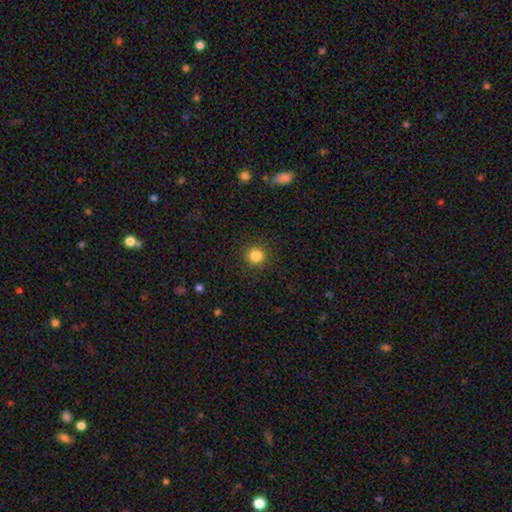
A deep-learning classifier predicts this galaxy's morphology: Smooth or featured? Predicted: smooth (p=0.85). How rounded? Predicted: round (p=0.94). Merging? Predicted: none (p=0.91).